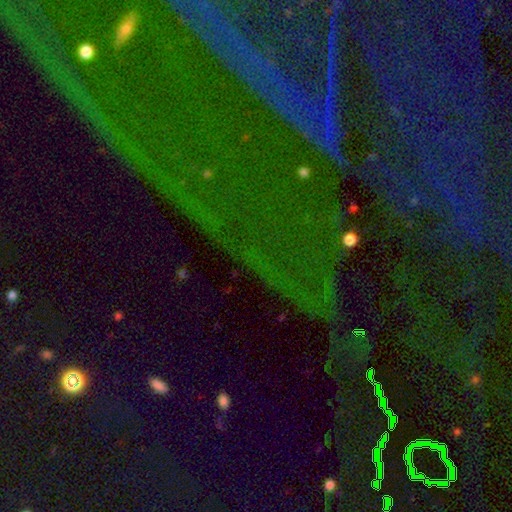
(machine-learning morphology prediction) The model was most divided on "smooth or featured": star or artifact: 72%, featured or disk: 15%, smooth: 13%.